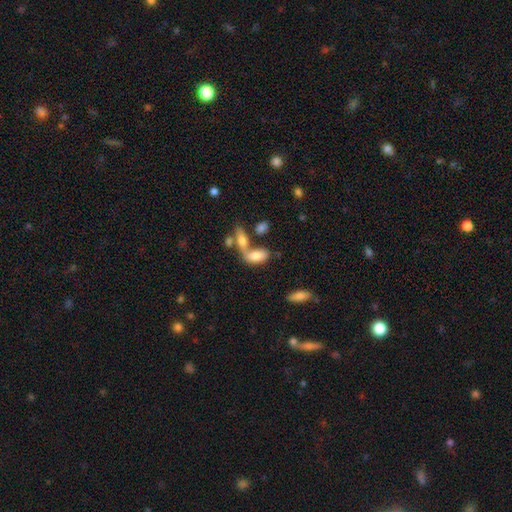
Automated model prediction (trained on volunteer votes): smooth-or-featured: smooth: 71% | featured or disk: 21% | star or artifact: 8%
  how-rounded: in between: 86% | cigar-shaped: 10% | round: 4%
  merging: merger: 51% | none: 31% | minor disturbance: 11% | major disturbance: 7%